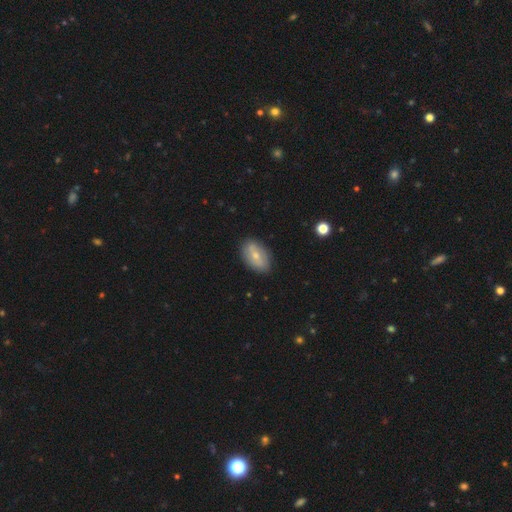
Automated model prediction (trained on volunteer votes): This appears to be a smooth galaxy with no disk features (54%) that is in between round and cigar-shaped (89%). Merging: none (82%).